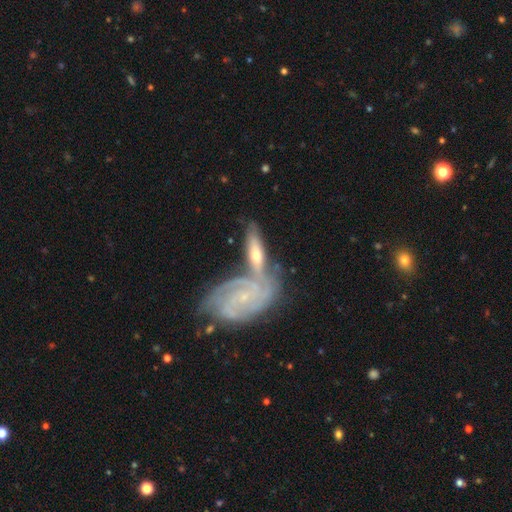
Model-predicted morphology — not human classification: Smooth or featured: featured or disk — 66% (smooth — 29%)
Edge-on disk: no — 67% (yes — 33%)
Merging: merger — 41% (none — 40%)